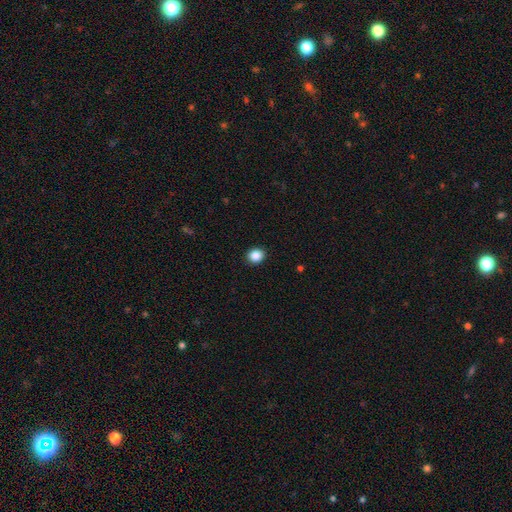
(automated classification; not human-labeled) Smooth or featured: smooth — 87% (star or artifact — 10%)
How rounded: round — 75% (in between — 24%)
Merging: none — 92% (minor disturbance — 5%)